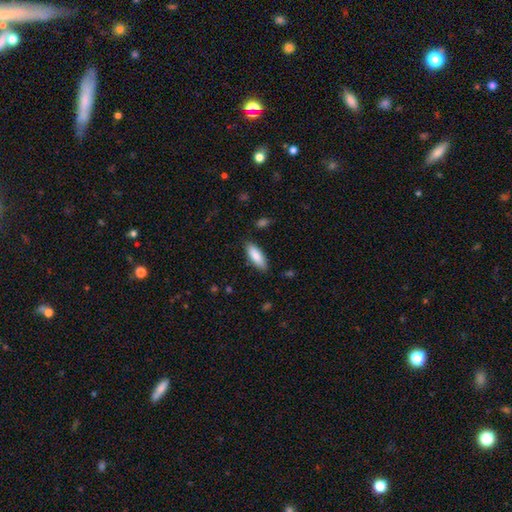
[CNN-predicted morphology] type=smooth (86%); roundness=in between (68%); merging=none (85%).